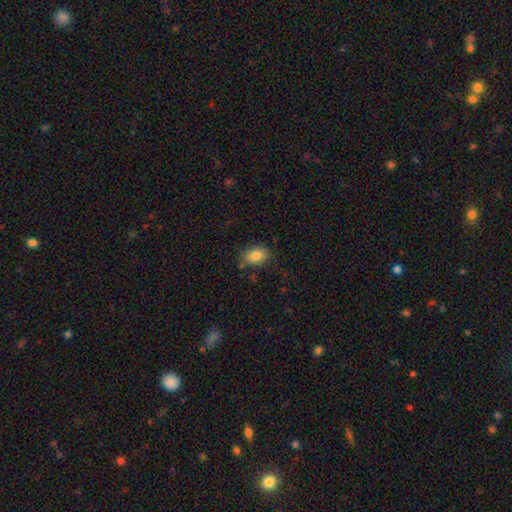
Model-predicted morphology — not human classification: This is clearly a smooth galaxy (83%). How rounded: clearly in between (85%). Merging: likely none (78%).